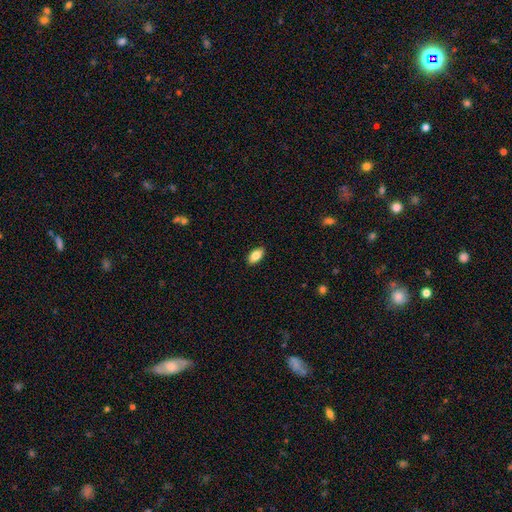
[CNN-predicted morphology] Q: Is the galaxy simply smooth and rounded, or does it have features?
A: smooth — 84%.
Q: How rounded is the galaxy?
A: in between — 92%.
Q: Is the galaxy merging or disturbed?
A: none — 90%.